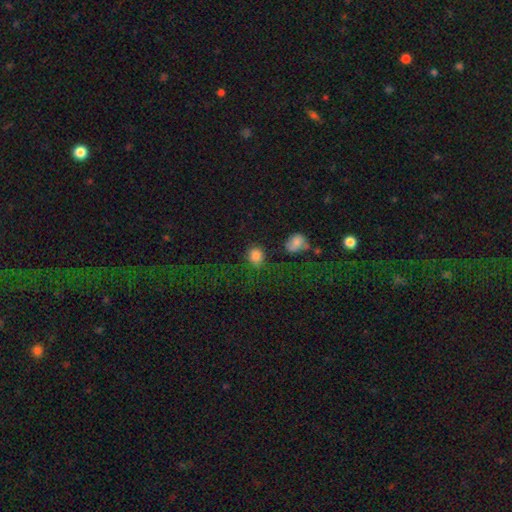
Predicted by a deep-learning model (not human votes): smooth_or_featured: smooth (p=0.84) [alt: star or artifact p=0.12]
how_rounded: round (p=0.76) [alt: in between p=0.23]
merging: none (p=0.75) [alt: minor disturbance p=0.14]